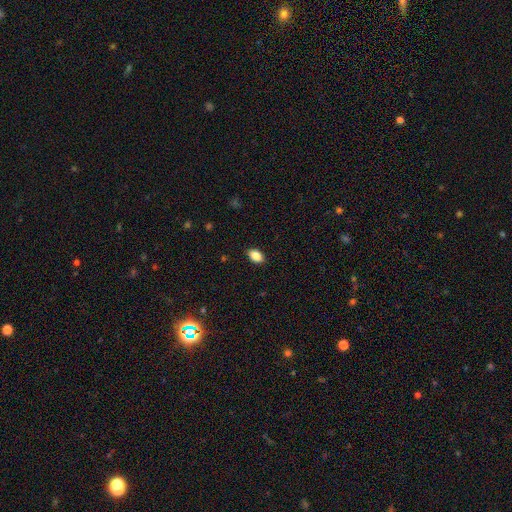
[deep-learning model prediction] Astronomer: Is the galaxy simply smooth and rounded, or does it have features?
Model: smooth — 86%.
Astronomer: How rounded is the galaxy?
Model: in between — 88%.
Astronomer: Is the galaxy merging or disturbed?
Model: none — 89%.